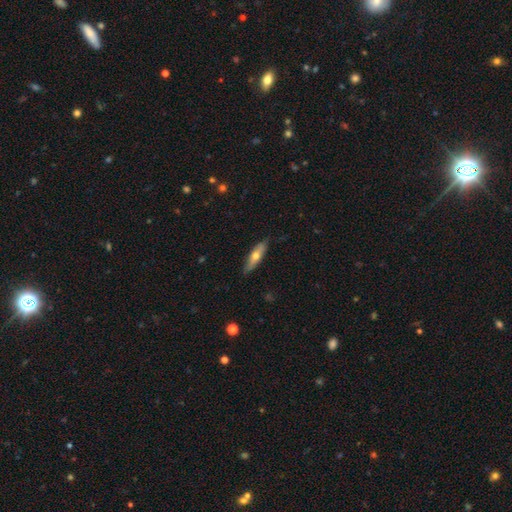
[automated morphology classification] Smooth or featured? smooth (53%)
How rounded? cigar-shaped (64%)
Merging? none (82%)